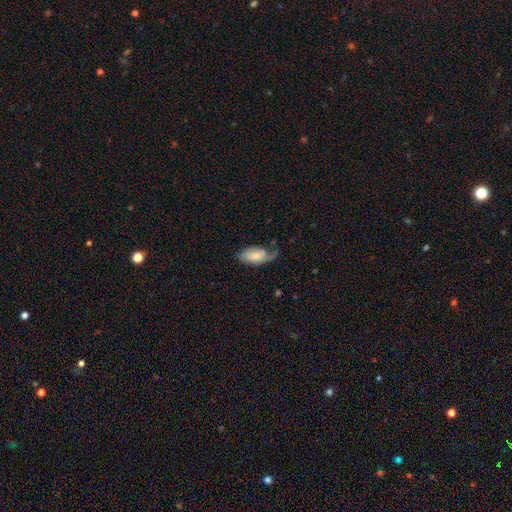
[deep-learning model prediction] A smooth galaxy with no disk features (65%) that is in between round and cigar-shaped (92%).

Vote fractions:
- Smooth or featured? smooth: 65% / featured or disk: 29% / star or artifact: 6%
- How rounded? in between: 92% / cigar-shaped: 5% / round: 3%
- Merging? none: 41% / minor disturbance: 36% / major disturbance: 21% / merger: 3%